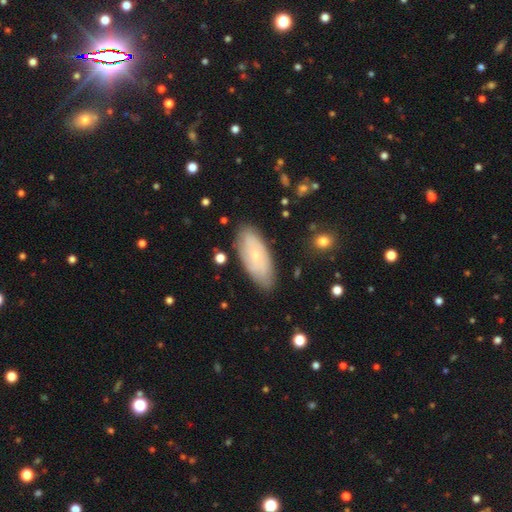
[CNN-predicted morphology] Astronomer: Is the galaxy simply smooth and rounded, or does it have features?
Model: smooth — 52% (runner-up: featured or disk, 41%).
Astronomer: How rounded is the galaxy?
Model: in between — 83%.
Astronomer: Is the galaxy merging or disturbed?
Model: none — 81%.